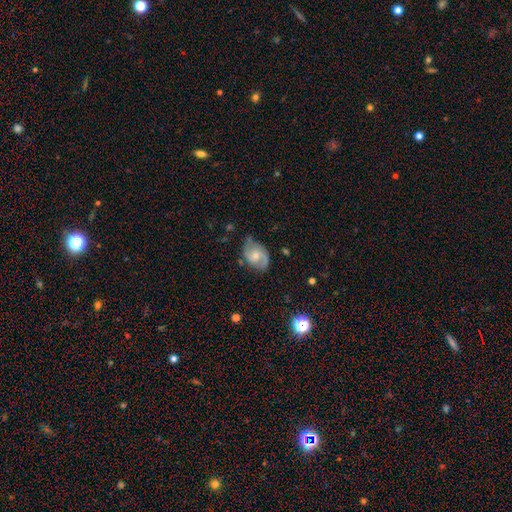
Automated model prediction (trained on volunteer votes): smooth_or_featured: featured or disk (p=0.75) [alt: smooth p=0.19]
disk_edge_on: no (p=0.97) [alt: yes p=0.03]
bar: no (p=0.58) [alt: weak p=0.36]
has_spiral_arms: yes (p=0.93) [alt: no p=0.07]
spiral_winding: medium (p=0.52) [alt: tight p=0.25]
spiral_arm_count: 2 (p=0.87) [alt: can't tell p=0.06]
bulge_size: small (p=0.48) [alt: moderate p=0.46]
merging: none (p=0.71) [alt: minor disturbance p=0.22]